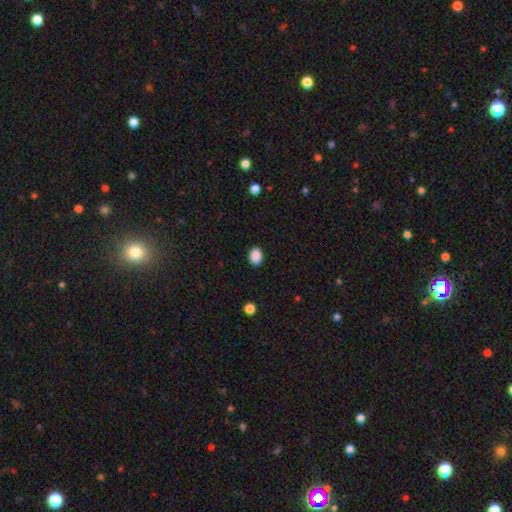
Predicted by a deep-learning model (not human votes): Smooth or featured?
  - smooth: 89% *
  - star or artifact: 8%
  - featured or disk: 3%
How rounded?
  - in between: 73% *
  - round: 26%
  - cigar-shaped: 1%
Merging?
  - none: 89% *
  - minor disturbance: 8%
  - major disturbance: 2%
  - merger: 1%